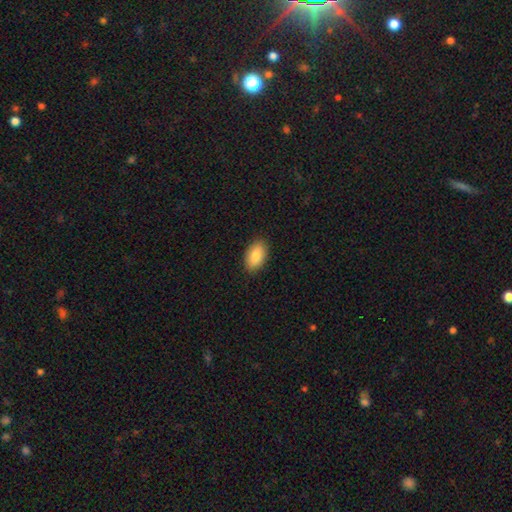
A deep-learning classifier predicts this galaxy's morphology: The model was most divided on "smooth or featured": smooth: 85%, featured or disk: 8%, star or artifact: 6%. More confident: how rounded — in between (93%); merging — none (89%).